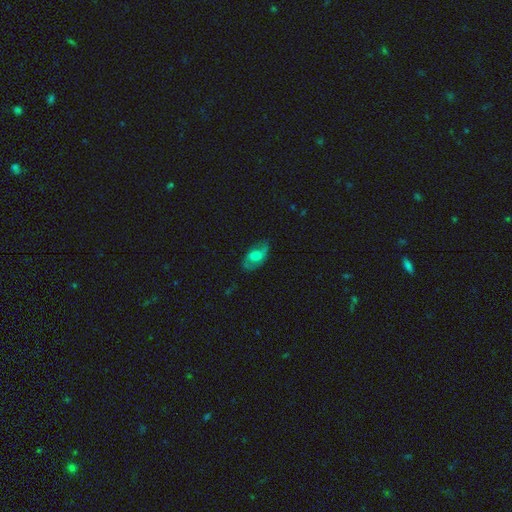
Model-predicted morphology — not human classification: Smooth or featured? featured or disk (52%)
Edge-on disk? no (92%)
Merging? none (65%)